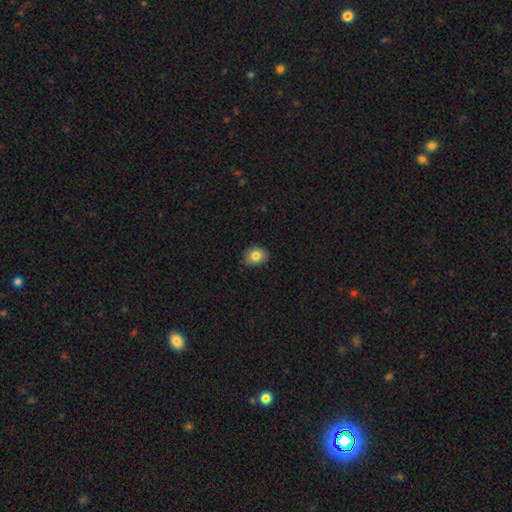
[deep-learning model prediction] Morphology: type=smooth (82%); roundness=in between (54%); merging=none (84%).